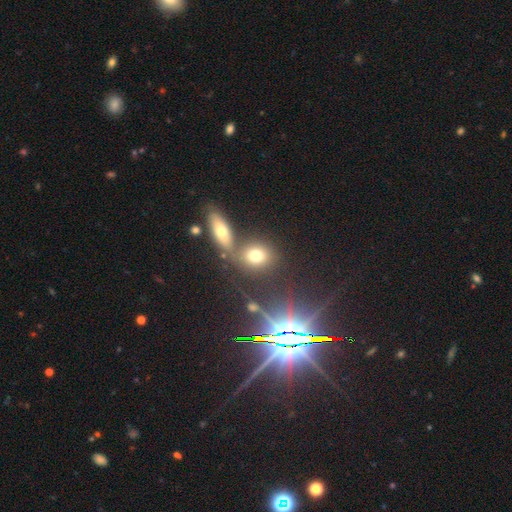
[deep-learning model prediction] Smooth or featured? smooth (71%)
How rounded? round (56%)
Merging? none (59%)